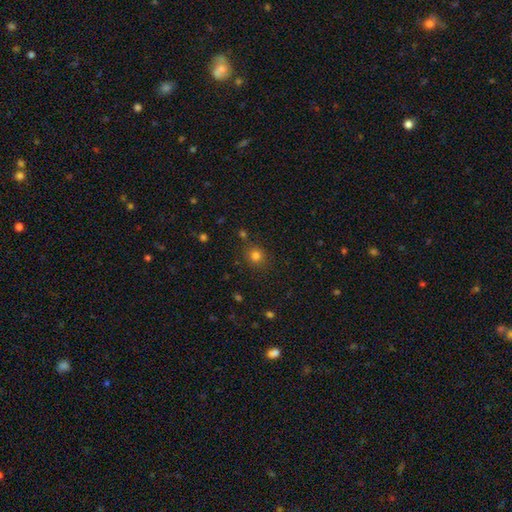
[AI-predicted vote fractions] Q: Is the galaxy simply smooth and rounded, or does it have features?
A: smooth — 79%.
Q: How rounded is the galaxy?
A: round — 88%.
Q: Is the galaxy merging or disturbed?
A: none — 83%.